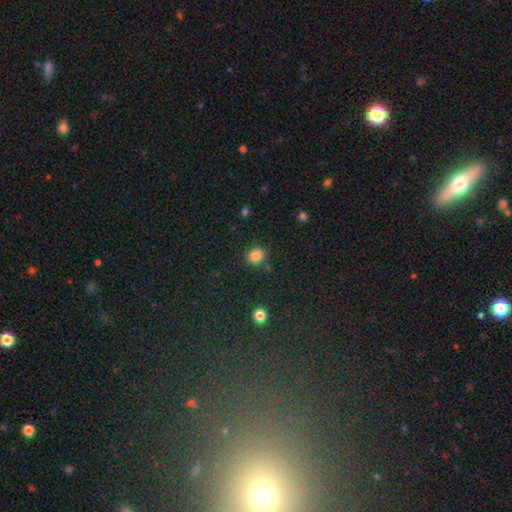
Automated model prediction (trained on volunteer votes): A smooth galaxy with no disk features (85%) that is round (86%). Merging: none (84%).